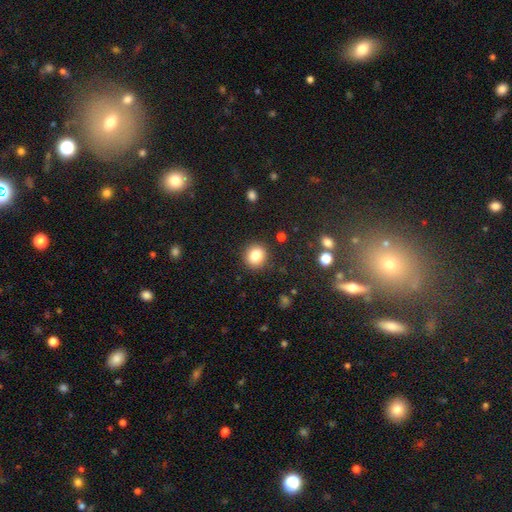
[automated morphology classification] Smooth or featured? Predicted: smooth (p=0.83). How rounded? Predicted: round (p=0.86). Merging? Predicted: none (p=0.90).